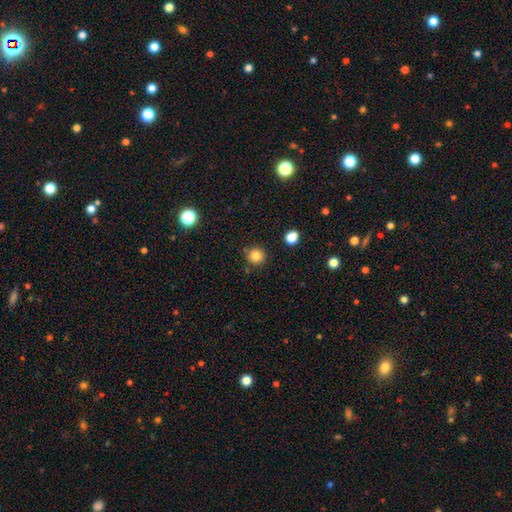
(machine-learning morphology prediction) Q: Smooth or featured?
A: smooth (83%); runner-up: star or artifact (12%)
Q: How rounded?
A: round (94%); runner-up: in between (5%)
Q: Merging?
A: none (86%); runner-up: minor disturbance (8%)